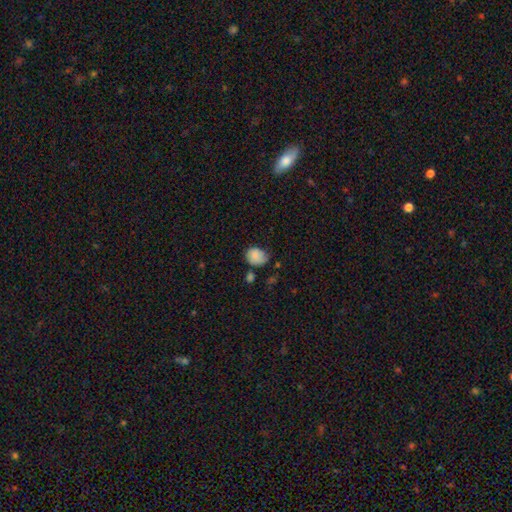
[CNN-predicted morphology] This appears to be a smooth galaxy with no disk features (79%) that is round (50%). Merging: none (45%).